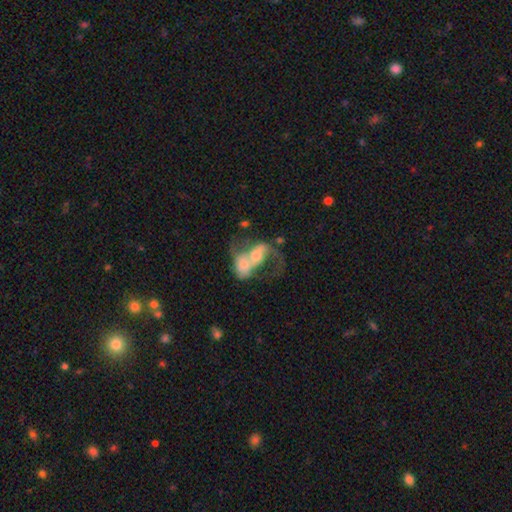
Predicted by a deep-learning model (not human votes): Overall: featured or disk (61%; smooth 31%). Edge-on disk: no (96%). Bar: no (64%; weak 26%). Spiral arms: yes (64%; no 36%). Bulge size: moderate (49%; small 27%). Merging: merger (75%).